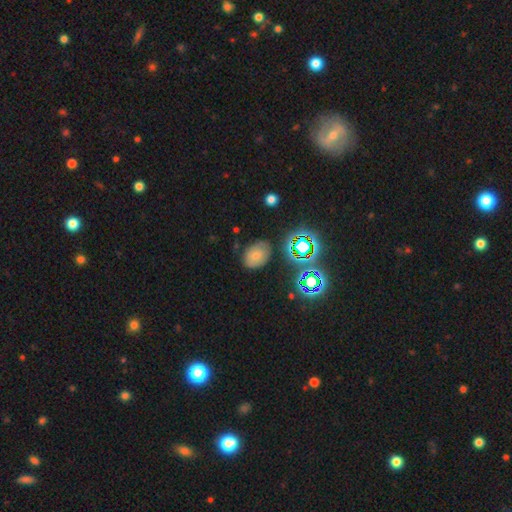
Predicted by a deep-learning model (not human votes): A smooth galaxy with no disk features (39%). Merging: none (76%).